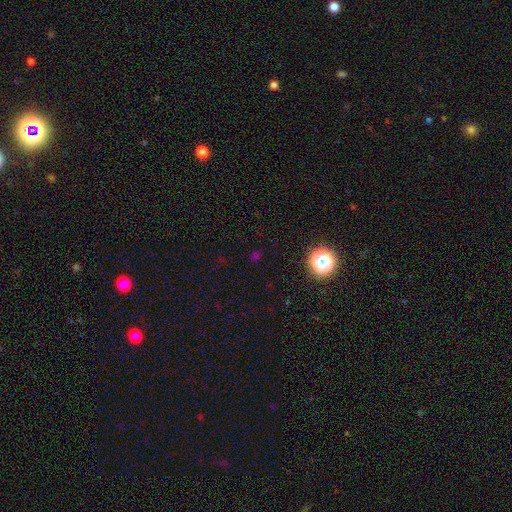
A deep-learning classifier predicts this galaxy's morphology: A star or artifact, not a galaxy (55%).